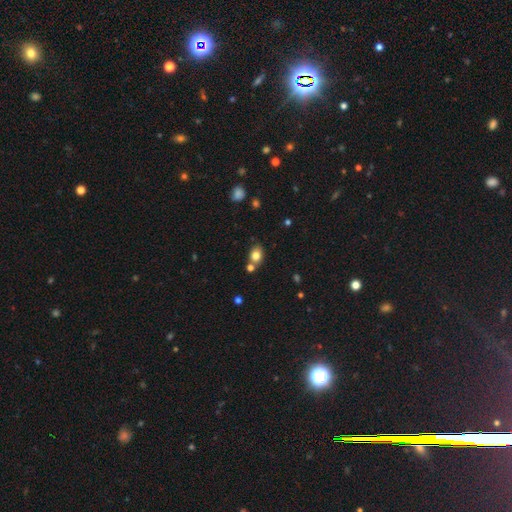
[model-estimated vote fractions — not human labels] Overall: smooth (80%). How rounded: in between (60%; round 39%). Merging: none (65%).